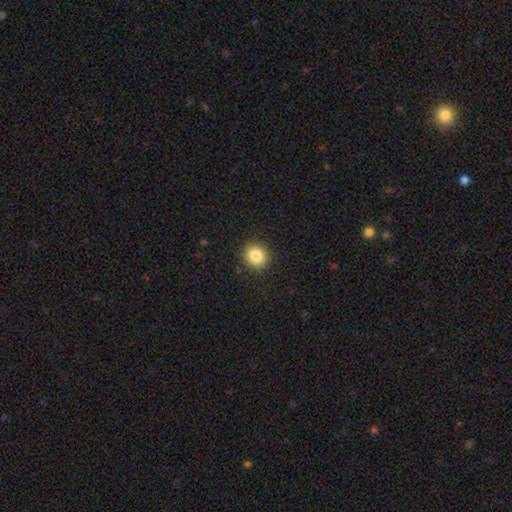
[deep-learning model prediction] Overall: smooth (85%). How rounded: round (77%). Merging: none (89%).